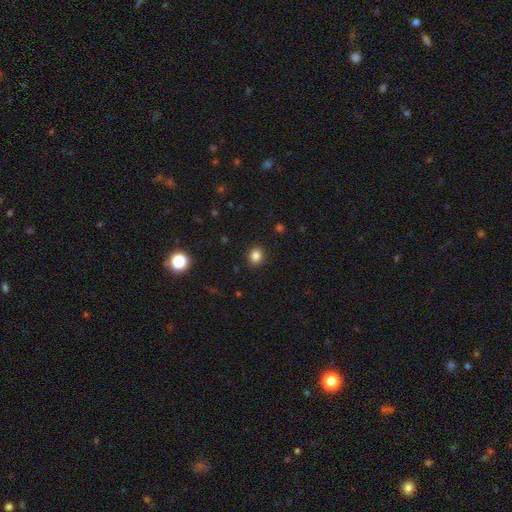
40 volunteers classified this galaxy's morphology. Smooth or featured? smooth (80%)
How rounded? round (69%)
Merging? none (80%)